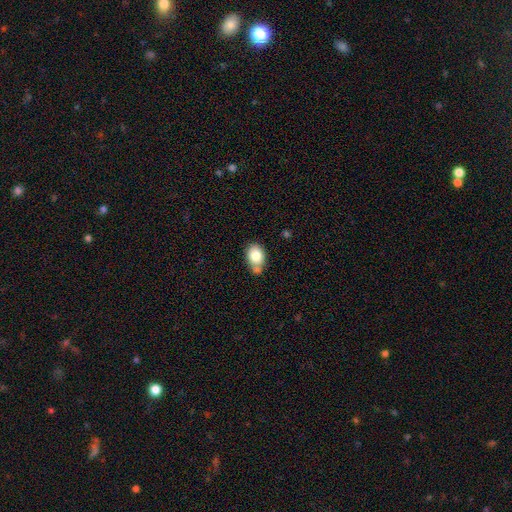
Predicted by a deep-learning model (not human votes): This appears to be a smooth galaxy with no disk features (80%) that is in between round and cigar-shaped (69%). Merging: none (52%).